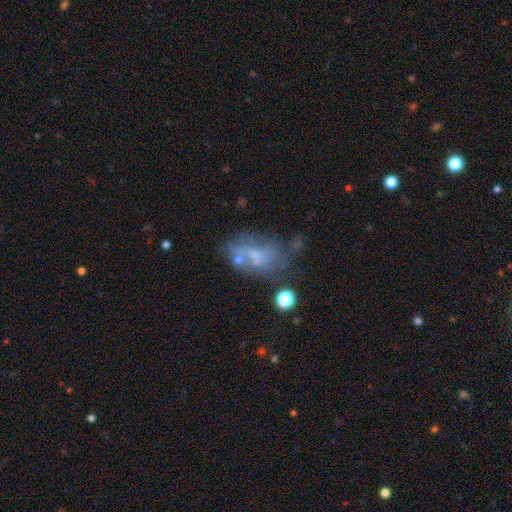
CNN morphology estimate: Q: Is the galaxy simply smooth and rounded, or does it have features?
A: featured or disk — 46%.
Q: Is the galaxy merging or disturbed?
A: none — 35%.